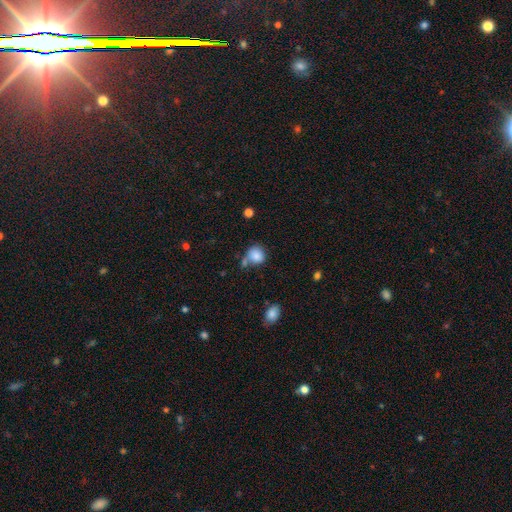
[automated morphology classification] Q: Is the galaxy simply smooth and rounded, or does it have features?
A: smooth — 84%.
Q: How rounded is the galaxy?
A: round — 79%.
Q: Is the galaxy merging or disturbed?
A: none — 53%.